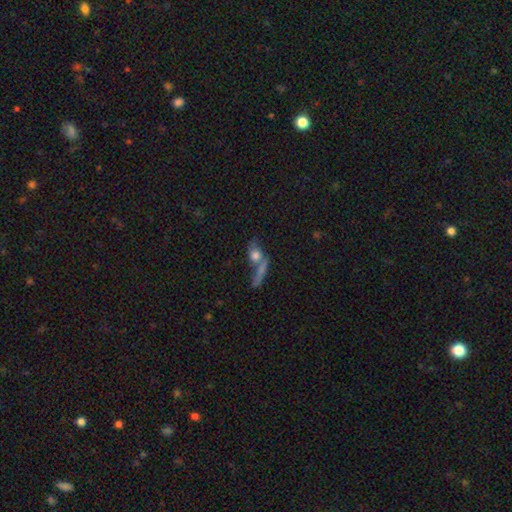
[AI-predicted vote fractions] smooth_or_featured: smooth (p=0.55) [alt: featured or disk p=0.33]
how_rounded: in between (p=0.51) [alt: round p=0.32]
merging: merger (p=0.47) [alt: none p=0.29]